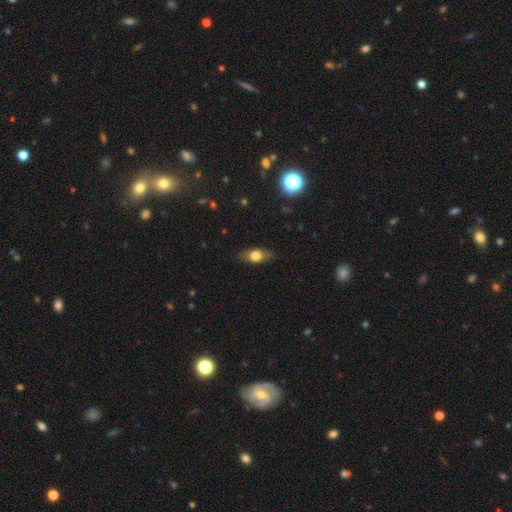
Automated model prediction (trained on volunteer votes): This appears to be a smooth galaxy with no disk features (68%) that is in between round and cigar-shaped (77%). Merging: none (82%).